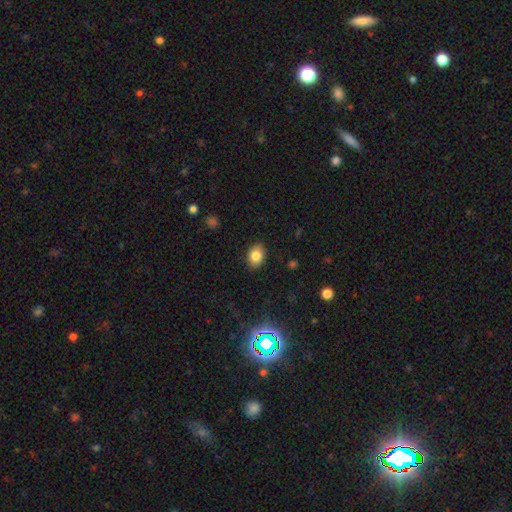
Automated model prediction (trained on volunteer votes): This is clearly a smooth galaxy (83%). How rounded: likely in between (76%). Merging: clearly none (88%).